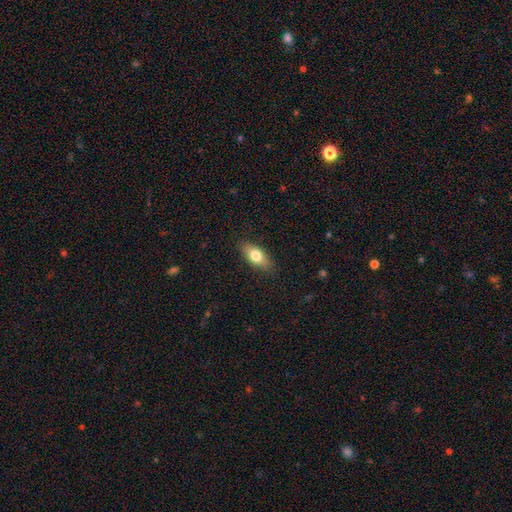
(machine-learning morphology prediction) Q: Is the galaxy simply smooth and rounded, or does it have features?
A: smooth — 75%.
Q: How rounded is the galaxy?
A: in between — 84%.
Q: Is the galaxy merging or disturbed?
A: none — 86%.